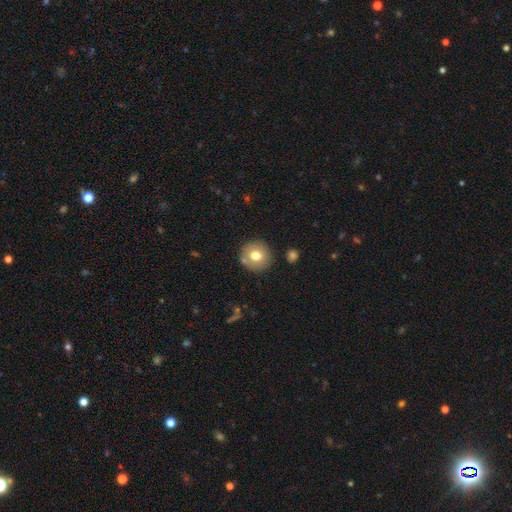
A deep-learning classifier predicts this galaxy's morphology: smooth_or_featured: smooth (p=0.72) [alt: featured or disk p=0.18]
how_rounded: round (p=0.93) [alt: in between p=0.06]
merging: none (p=0.84) [alt: minor disturbance p=0.09]